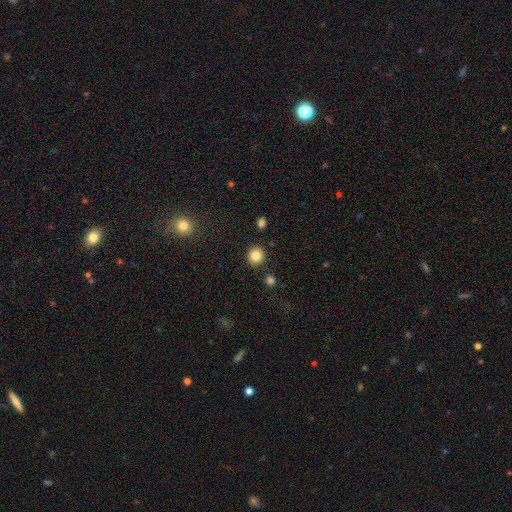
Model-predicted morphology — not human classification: smooth-or-featured: smooth: 84% | star or artifact: 10% | featured or disk: 6%
  how-rounded: round: 87% | in between: 12% | cigar-shaped: 1%
  merging: none: 89% | minor disturbance: 6% | merger: 3% | major disturbance: 2%